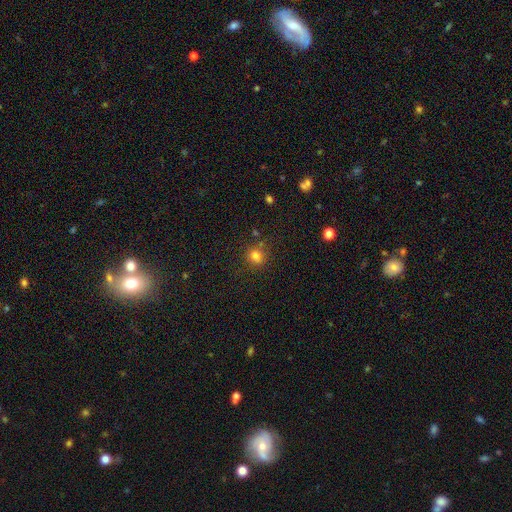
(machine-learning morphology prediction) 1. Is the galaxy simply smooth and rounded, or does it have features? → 79% smooth, 15% star or artifact, 7% featured or disk.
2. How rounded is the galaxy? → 79% round, 20% in between, 1% cigar-shaped.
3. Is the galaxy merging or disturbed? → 79% none, 12% minor disturbance, 5% merger, 4% major disturbance.